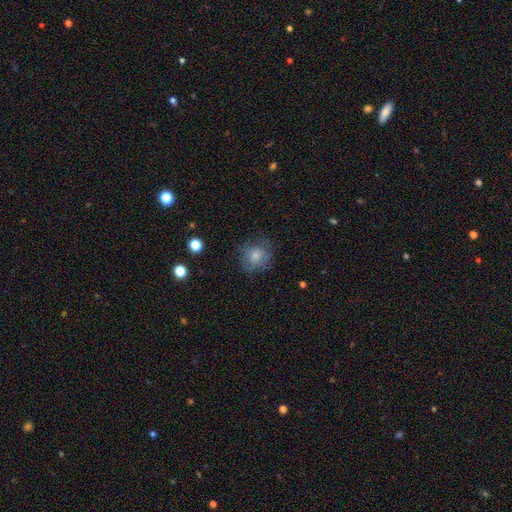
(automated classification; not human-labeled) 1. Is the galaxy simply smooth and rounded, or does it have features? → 73% smooth, 17% featured or disk, 9% star or artifact.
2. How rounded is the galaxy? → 83% round, 16% in between, 1% cigar-shaped.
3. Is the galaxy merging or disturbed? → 72% none, 18% minor disturbance, 8% major disturbance, 1% merger.